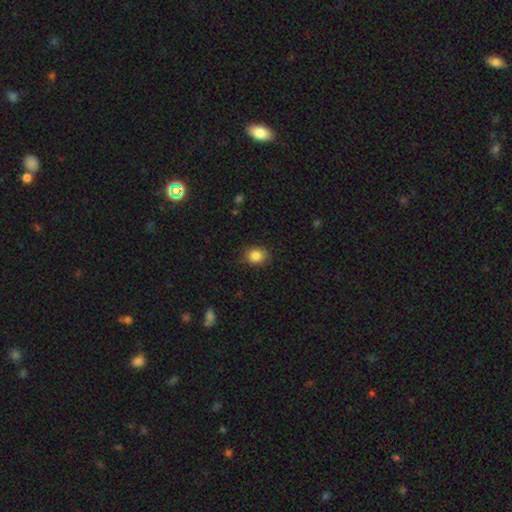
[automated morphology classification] A smooth galaxy with no disk features (85%) that is round (63%).

Vote fractions:
- Smooth or featured? smooth: 85% / star or artifact: 10% / featured or disk: 5%
- How rounded? round: 63% / in between: 36% / cigar-shaped: 1%
- Merging? none: 83% / minor disturbance: 13% / major disturbance: 3% / merger: 1%